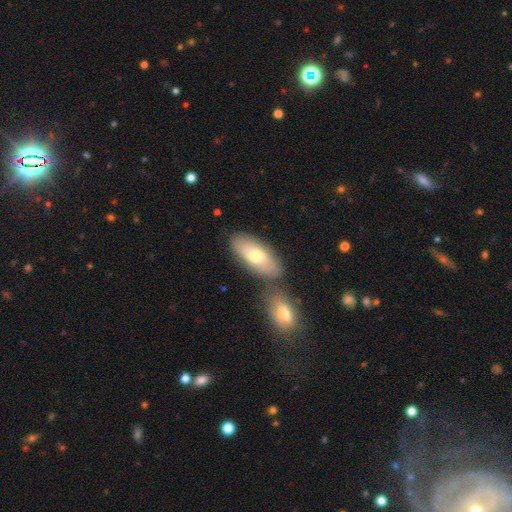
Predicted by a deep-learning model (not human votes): smooth_or_featured: smooth (p=0.57) [alt: featured or disk p=0.37]
how_rounded: in between (p=0.85) [alt: cigar-shaped p=0.12]
merging: none (p=0.62) [alt: merger p=0.21]